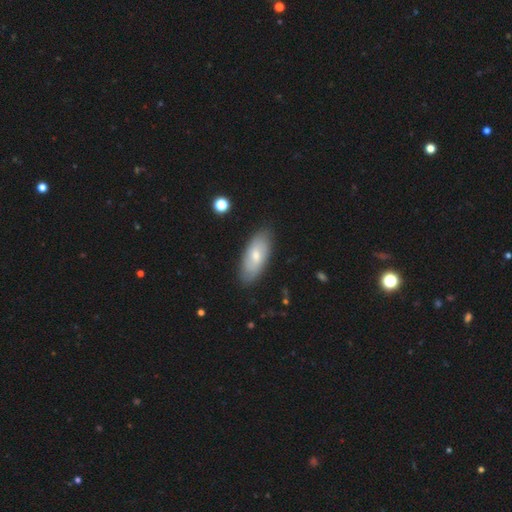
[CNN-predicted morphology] Smooth or featured?
  - smooth: 62% *
  - featured or disk: 32%
  - star or artifact: 6%
How rounded?
  - in between: 85% *
  - cigar-shaped: 13%
  - round: 2%
Merging?
  - none: 84% *
  - minor disturbance: 12%
  - major disturbance: 3%
  - merger: 1%